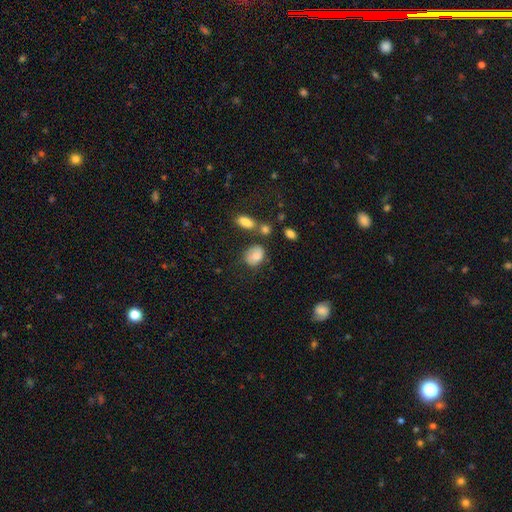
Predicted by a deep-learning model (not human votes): Smooth or featured?
  - smooth: 78% *
  - featured or disk: 13%
  - star or artifact: 9%
How rounded?
  - in between: 71% *
  - round: 28%
  - cigar-shaped: 1%
Merging?
  - none: 54% *
  - minor disturbance: 25%
  - merger: 11%
  - major disturbance: 9%